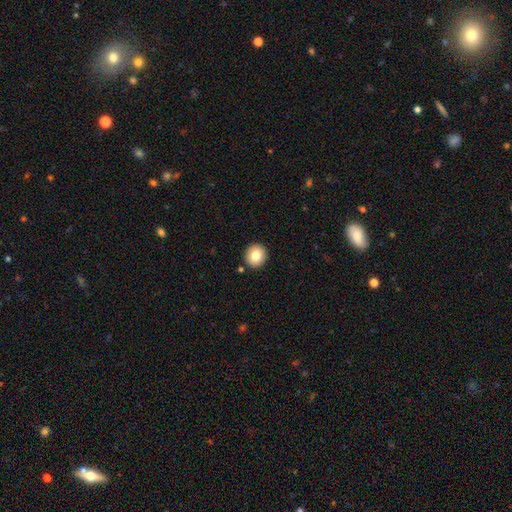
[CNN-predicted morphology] A smooth galaxy with no disk features (81%) that is round (89%). Merging: none (91%).